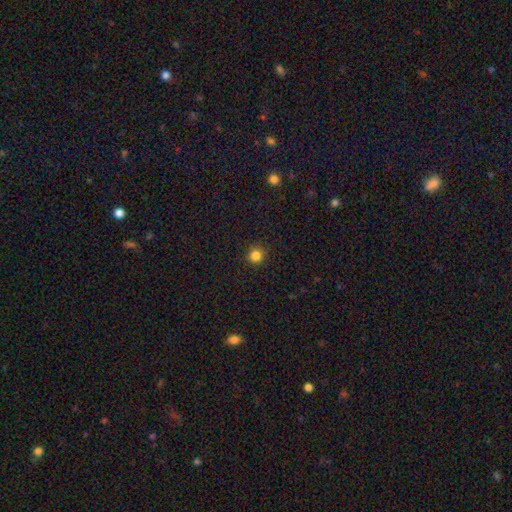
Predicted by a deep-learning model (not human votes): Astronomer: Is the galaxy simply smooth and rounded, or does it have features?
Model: smooth — 83%.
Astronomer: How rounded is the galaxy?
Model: round — 94%.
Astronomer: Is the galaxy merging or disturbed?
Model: none — 91%.